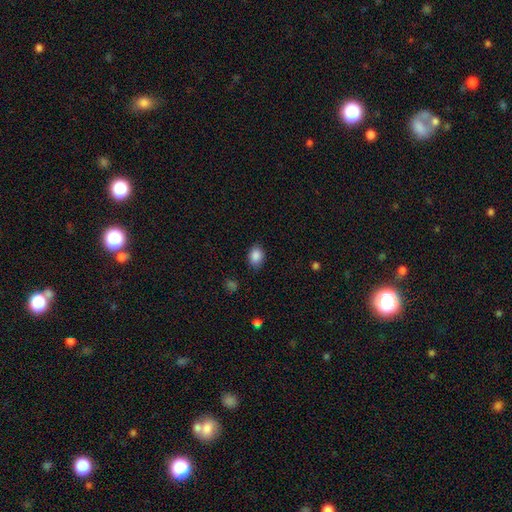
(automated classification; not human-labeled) Morphology: type=smooth (87%); roundness=in between (69%); merging=none (81%).